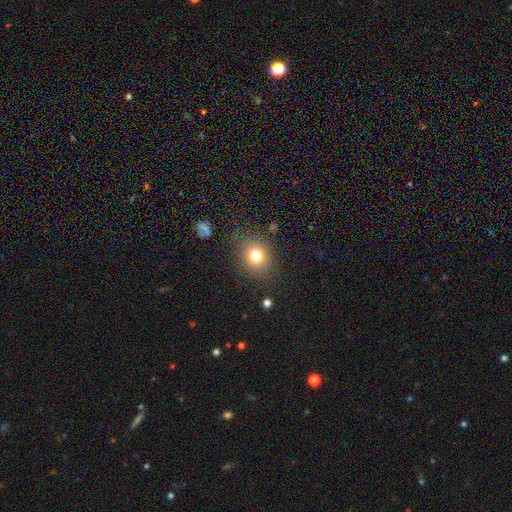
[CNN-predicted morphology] This is likely a smooth galaxy (78%). How rounded: likely round (65%). Merging: clearly none (81%).